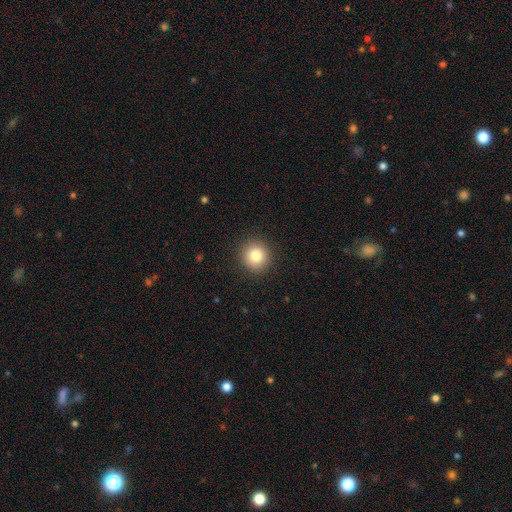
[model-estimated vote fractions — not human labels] Overall: smooth (82%). How rounded: round (93%). Merging: none (92%).